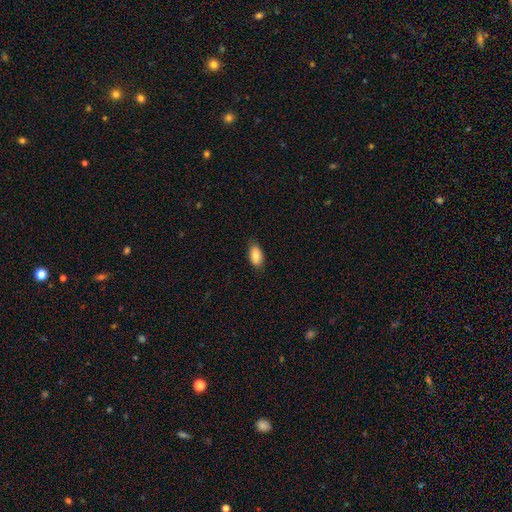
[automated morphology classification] Q: Smooth or featured?
A: smooth (85%); runner-up: featured or disk (8%)
Q: How rounded?
A: in between (93%); runner-up: round (4%)
Q: Merging?
A: none (83%); runner-up: minor disturbance (13%)